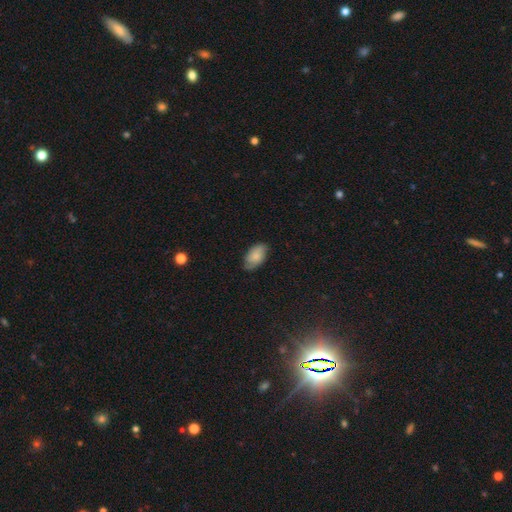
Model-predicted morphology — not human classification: Smooth or featured?
  - smooth: 77% *
  - featured or disk: 15%
  - star or artifact: 7%
How rounded?
  - in between: 94% *
  - round: 4%
  - cigar-shaped: 2%
Merging?
  - none: 72% *
  - minor disturbance: 23%
  - major disturbance: 4%
  - merger: 1%